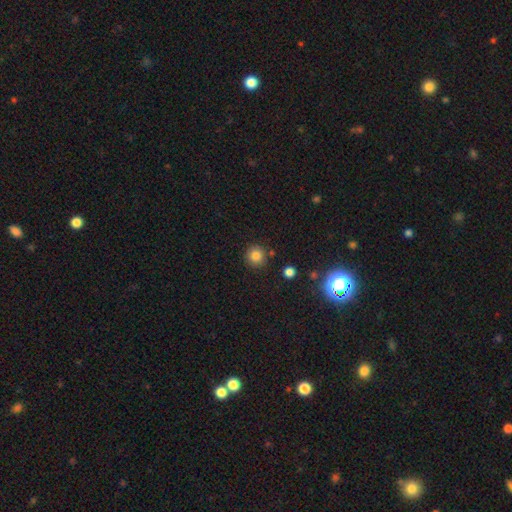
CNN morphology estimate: Overall: smooth (82%). How rounded: round (94%). Merging: none (87%).